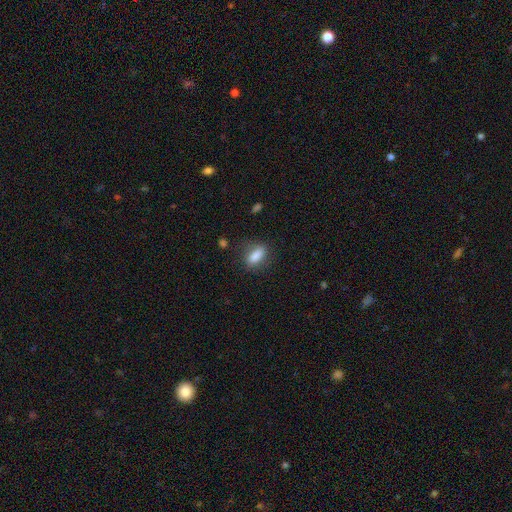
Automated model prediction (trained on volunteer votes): This is clearly a smooth galaxy (83%). How rounded: likely in between (71%). Merging: likely none (77%).